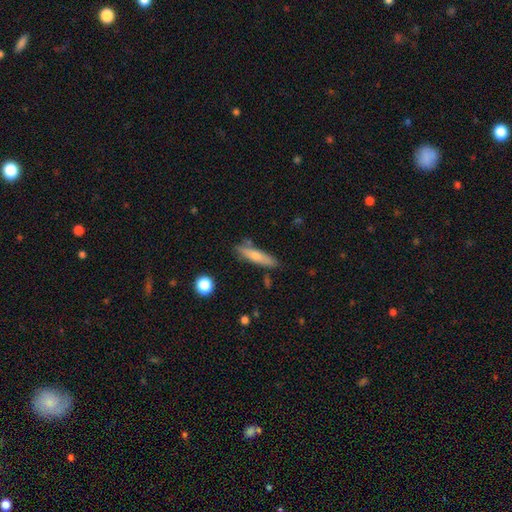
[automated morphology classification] A smooth galaxy with no disk features (70%) that is cigar-shaped (78%).

Vote fractions:
- Smooth or featured? smooth: 70% / featured or disk: 24% / star or artifact: 7%
- How rounded? cigar-shaped: 78% / in between: 20% / round: 2%
- Merging? none: 77% / minor disturbance: 15% / merger: 5% / major disturbance: 3%